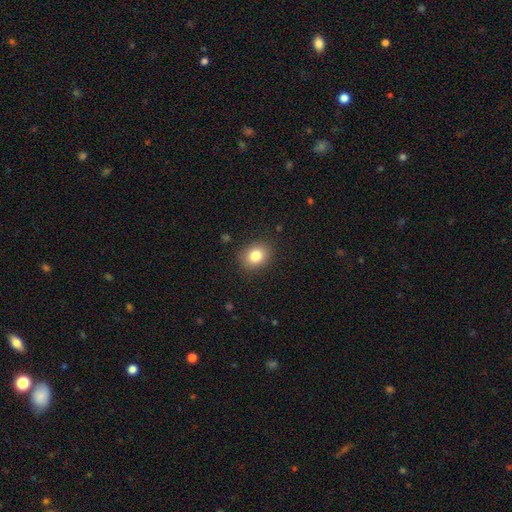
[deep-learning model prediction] Morphology: type=smooth (82%); roundness=round (56%); merging=none (87%).